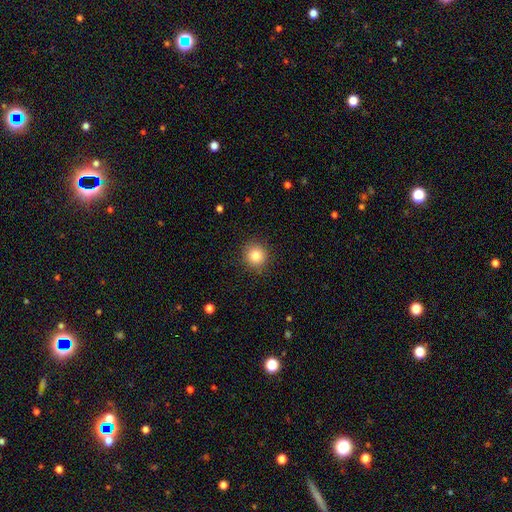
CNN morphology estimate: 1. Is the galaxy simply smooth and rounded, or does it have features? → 83% smooth, 10% star or artifact, 7% featured or disk.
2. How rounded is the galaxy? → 92% round, 7% in between, 1% cigar-shaped.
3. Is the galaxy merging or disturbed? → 89% none, 8% minor disturbance, 2% major disturbance, 1% merger.